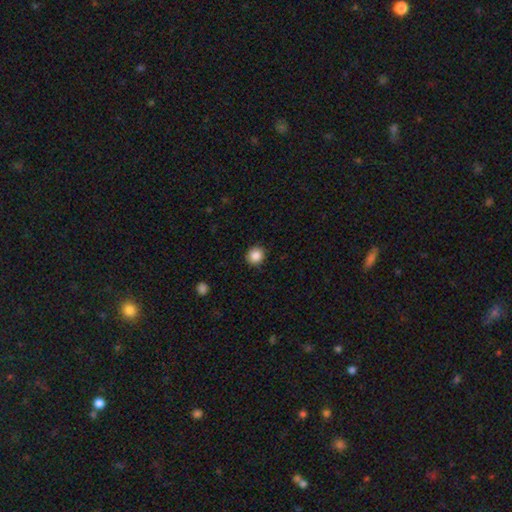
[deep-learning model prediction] Smooth or featured? Predicted: smooth (p=0.87). How rounded? Predicted: round (p=0.89). Merging? Predicted: none (p=0.90).